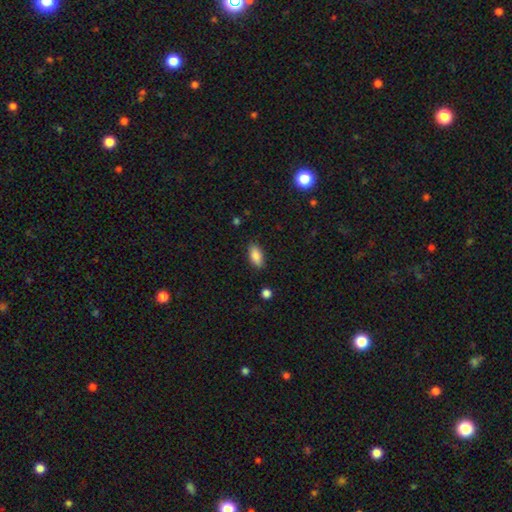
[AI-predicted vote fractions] Smooth or featured?
  - smooth: 87% *
  - star or artifact: 7%
  - featured or disk: 6%
How rounded?
  - in between: 89% *
  - cigar-shaped: 8%
  - round: 3%
Merging?
  - none: 86% *
  - minor disturbance: 10%
  - major disturbance: 2%
  - merger: 1%